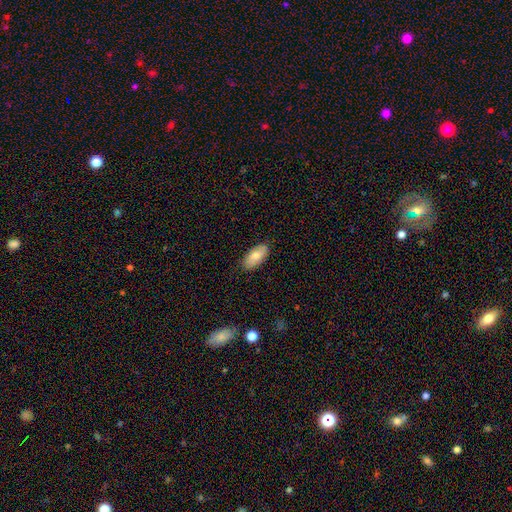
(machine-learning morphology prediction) This appears to be a smooth galaxy with no disk features (78%) that is in between round and cigar-shaped (91%). Merging: none (87%).